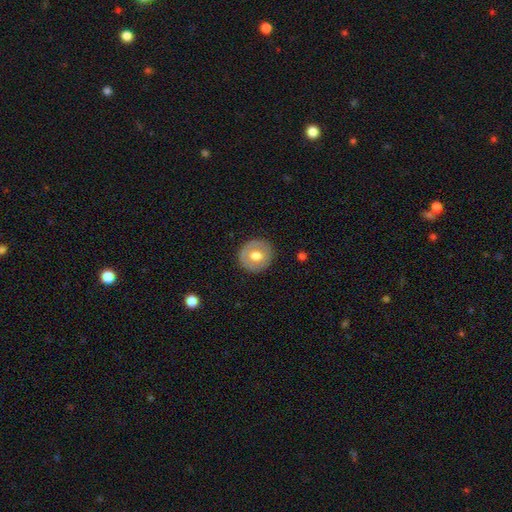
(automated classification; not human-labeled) The model was most divided on "smooth or featured": smooth: 59%, featured or disk: 35%, star or artifact: 6%. More confident: how rounded — round (89%); merging — none (87%).